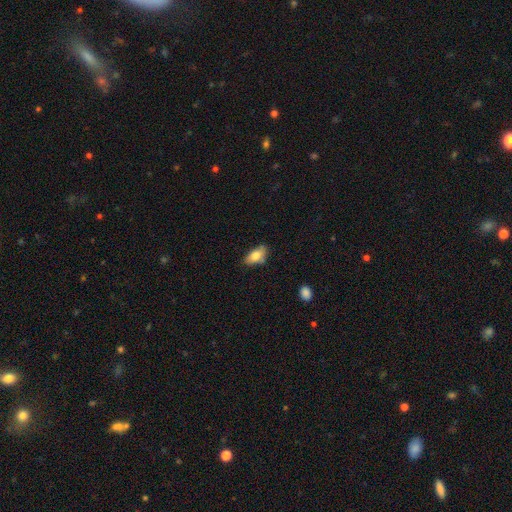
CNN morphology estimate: This appears to be a smooth galaxy with no disk features (77%) that is in between round and cigar-shaped (91%). Merging: none (65%).